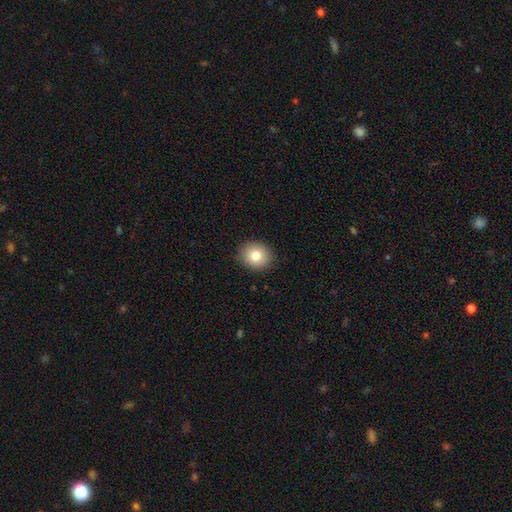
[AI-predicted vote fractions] Smooth or featured: smooth — 81% (featured or disk — 10%)
How rounded: round — 79% (in between — 20%)
Merging: none — 90% (minor disturbance — 7%)